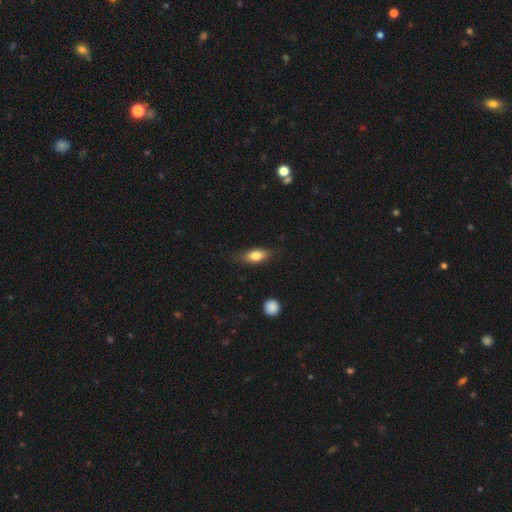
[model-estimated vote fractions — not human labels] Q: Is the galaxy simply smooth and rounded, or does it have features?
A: smooth — 75%.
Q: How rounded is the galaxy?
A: in between — 76%.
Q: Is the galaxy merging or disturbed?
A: none — 76%.